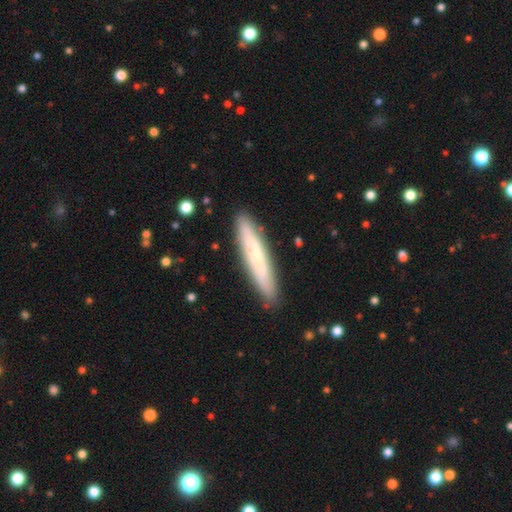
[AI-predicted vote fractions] Smooth or featured?
  - smooth: 60% *
  - featured or disk: 34%
  - star or artifact: 6%
How rounded?
  - cigar-shaped: 91% *
  - in between: 8%
  - round: 1%
Merging?
  - none: 89% *
  - minor disturbance: 8%
  - major disturbance: 2%
  - merger: 1%